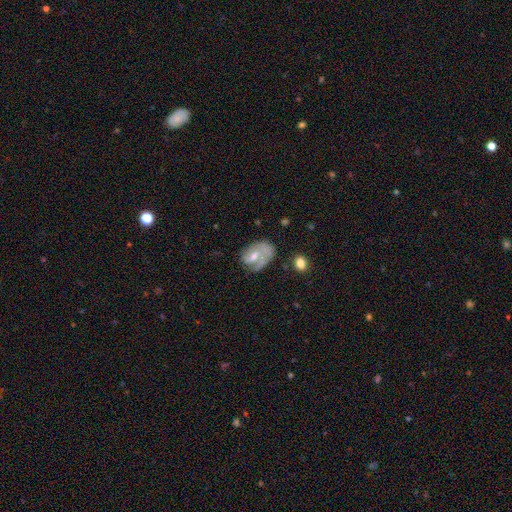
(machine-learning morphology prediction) A featured or disk galaxy (57%) with no bar (58%), spiral arms (71%) and a moderate central bulge (51%). Merging: none (39%).